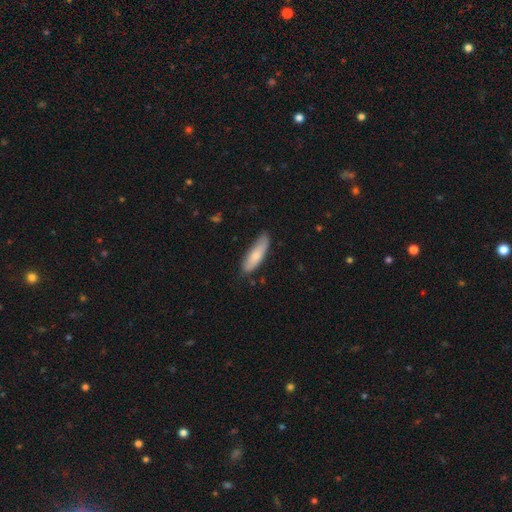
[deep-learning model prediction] Morphology: type=smooth (76%); roundness=cigar-shaped (54%); merging=none (76%).